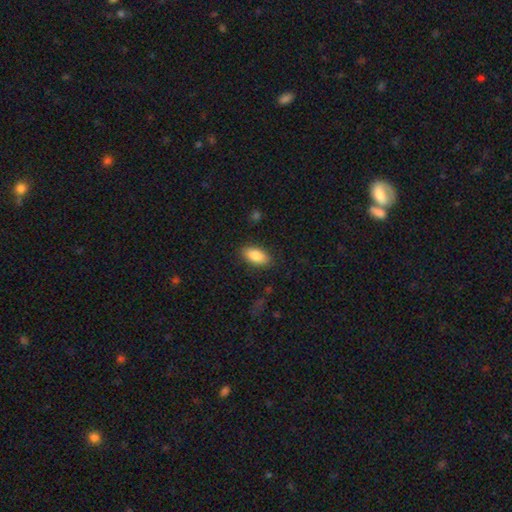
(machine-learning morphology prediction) type=smooth (86%); roundness=in between (89%); merging=none (86%).